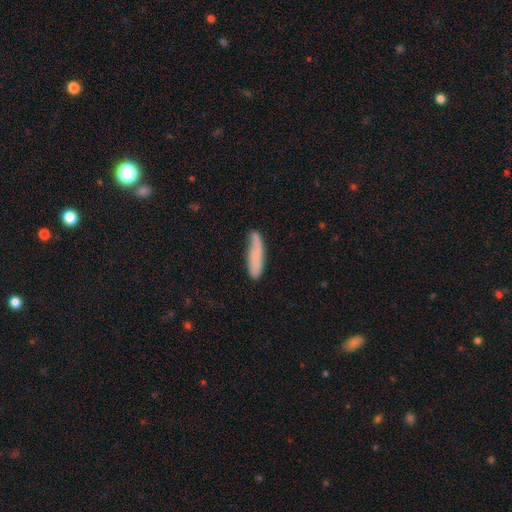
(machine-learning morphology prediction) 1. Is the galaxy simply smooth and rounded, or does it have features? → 71% smooth, 22% featured or disk, 7% star or artifact.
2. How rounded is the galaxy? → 76% cigar-shaped, 22% in between, 2% round.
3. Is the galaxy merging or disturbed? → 58% none, 29% minor disturbance, 9% major disturbance, 5% merger.